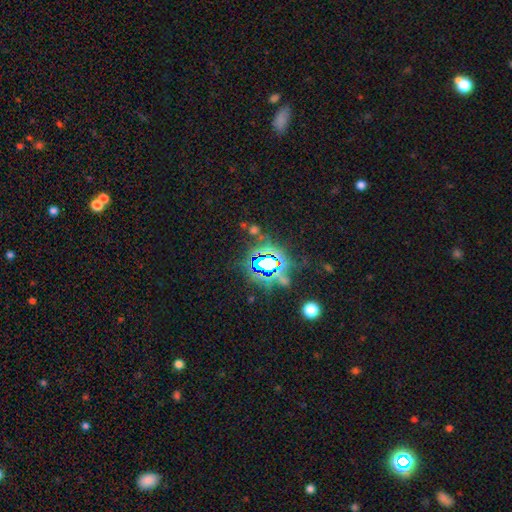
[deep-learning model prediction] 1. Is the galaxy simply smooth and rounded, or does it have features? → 75% star or artifact, 15% smooth, 10% featured or disk.